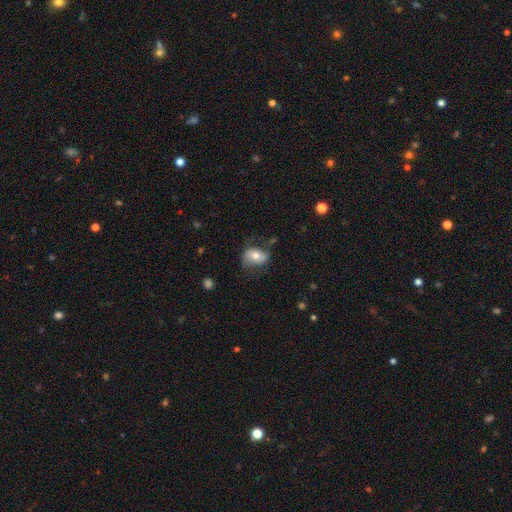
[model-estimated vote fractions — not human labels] The model was most divided on "smooth or featured": smooth: 57%, featured or disk: 35%, star or artifact: 8%. More confident: how rounded — in between (80%); merging — none (59%).